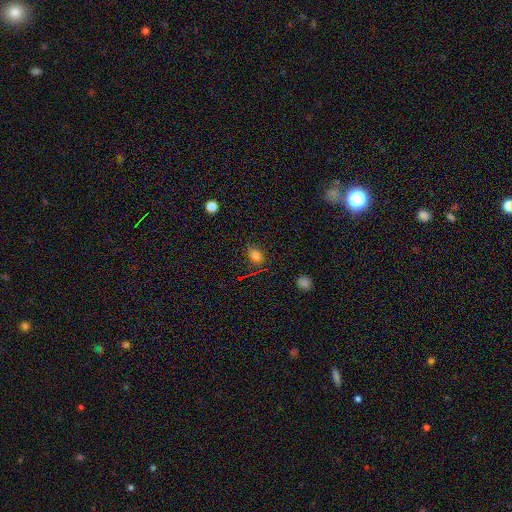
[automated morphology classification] type=smooth (78%); roundness=in between (72%); merging=none (81%).